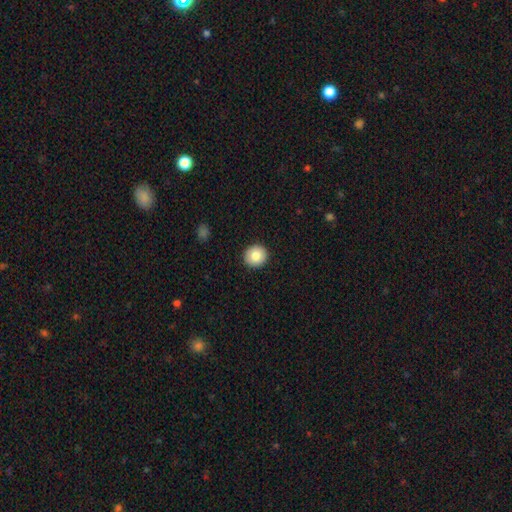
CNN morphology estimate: Smooth or featured? Predicted: smooth (p=0.82). How rounded? Predicted: round (p=0.91). Merging? Predicted: none (p=0.93).